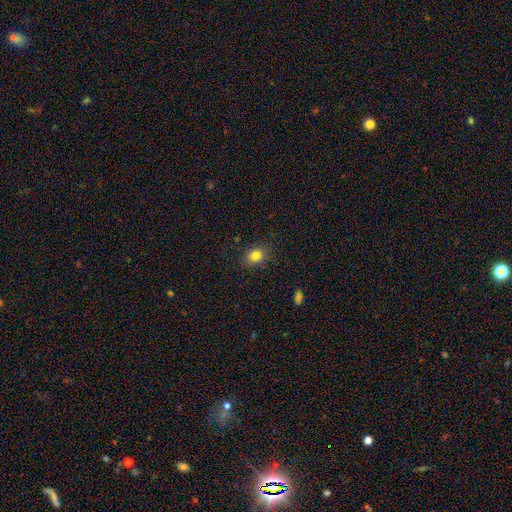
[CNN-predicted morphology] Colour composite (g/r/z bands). It shows a smooth galaxy with no disk features (82%) that is in between round and cigar-shaped (51%). Merging: none (86%).